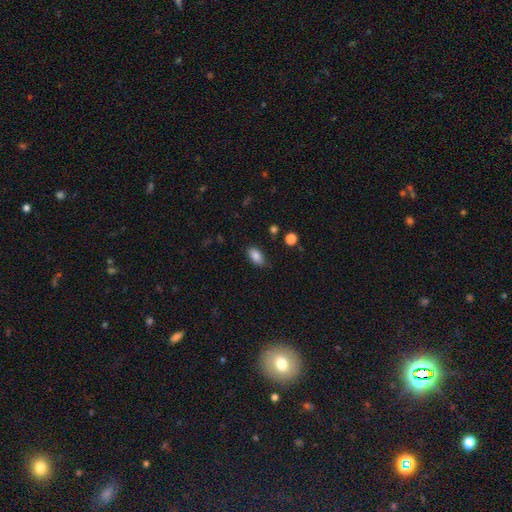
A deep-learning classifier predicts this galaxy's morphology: The model was most divided on "merging": none: 78%, minor disturbance: 17%, major disturbance: 3%, merger: 2%. More confident: how rounded — in between (91%); smooth or featured — smooth (85%).